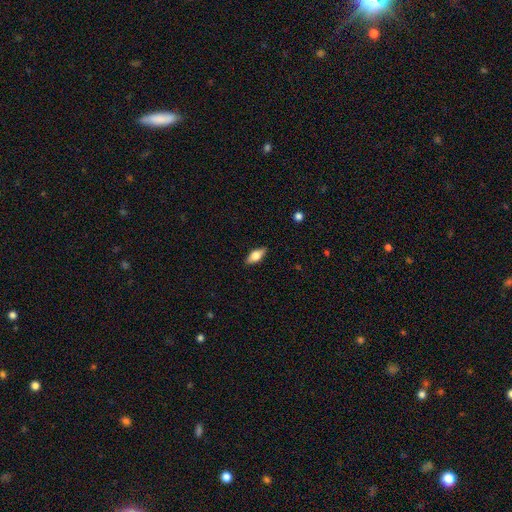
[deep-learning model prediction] Morphology: type=smooth (64%); roundness=in between (80%); merging=none (87%).